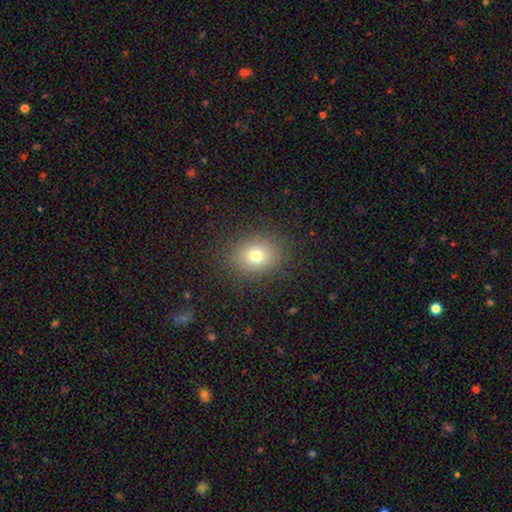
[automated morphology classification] Smooth or featured: smooth — 74% (star or artifact — 15%)
How rounded: round — 63% (in between — 36%)
Merging: none — 86% (minor disturbance — 9%)